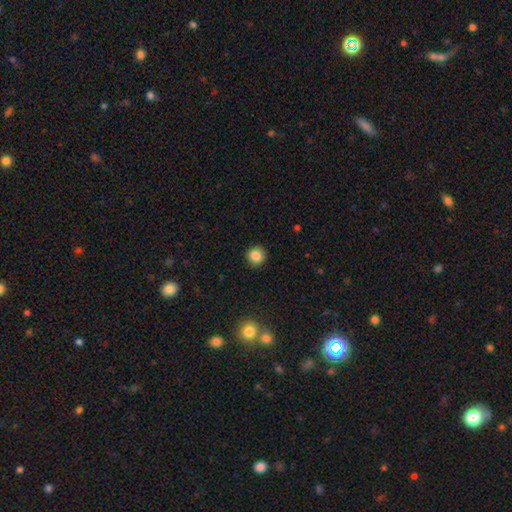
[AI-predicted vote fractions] This is clearly a smooth galaxy (85%). How rounded: clearly round (89%). Merging: clearly none (90%).